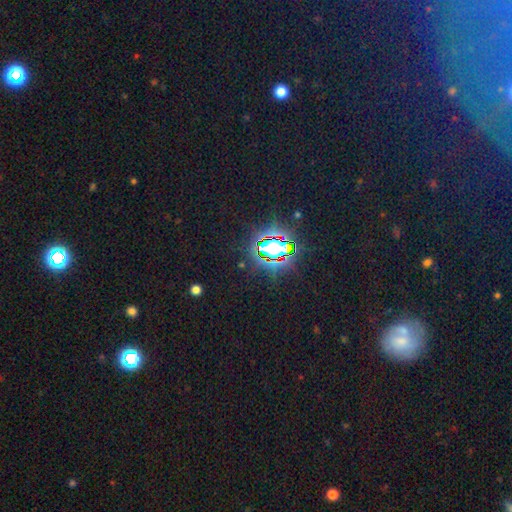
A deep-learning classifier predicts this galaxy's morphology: star or artifact 81%, smooth 11%, featured or disk 8%.